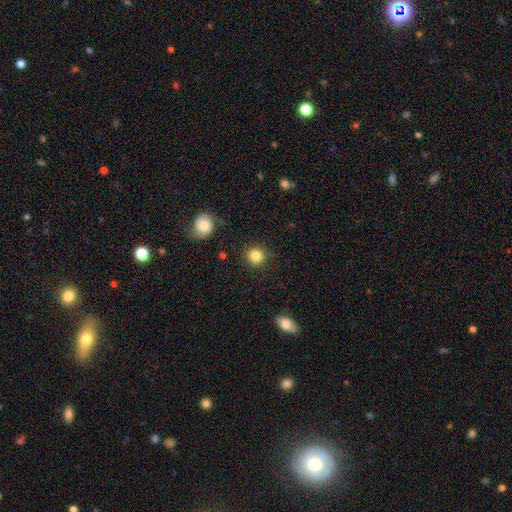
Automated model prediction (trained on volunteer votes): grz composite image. It shows a smooth galaxy with no disk features (85%) that is round (92%). Merging: none (90%).